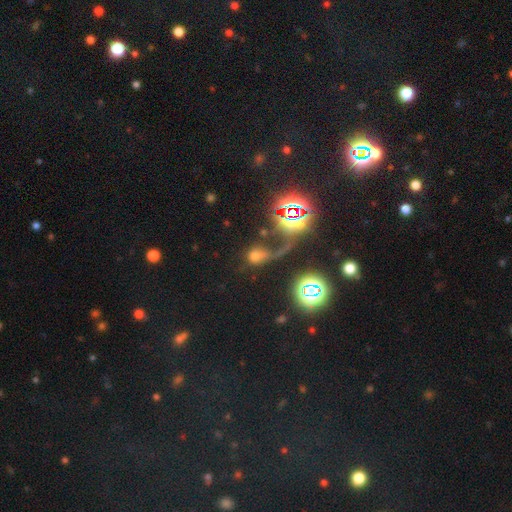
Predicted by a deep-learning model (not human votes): This appears to be a smooth galaxy with no disk features (42%). Merging: major disturbance (32%).